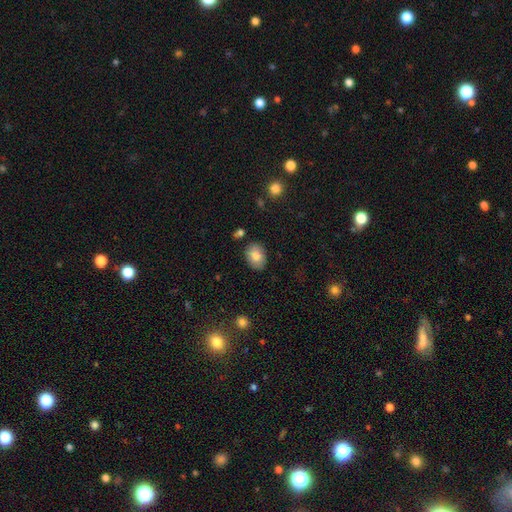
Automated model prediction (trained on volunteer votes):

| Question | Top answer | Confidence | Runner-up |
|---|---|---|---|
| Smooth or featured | smooth | 82% | featured or disk (11%) |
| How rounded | in between | 75% | round (24%) |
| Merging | none | 85% | minor disturbance (10%) |